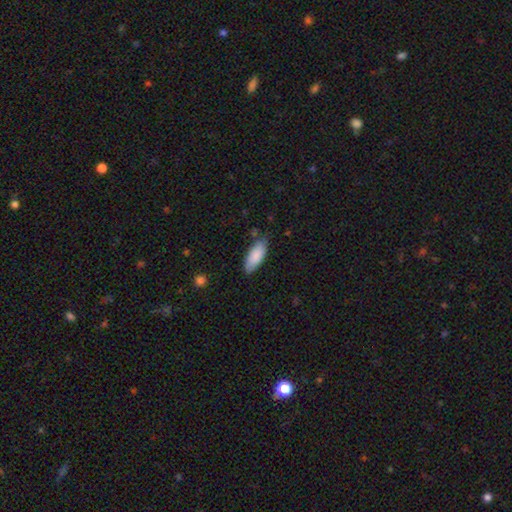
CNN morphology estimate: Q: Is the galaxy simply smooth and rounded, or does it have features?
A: smooth — 87%.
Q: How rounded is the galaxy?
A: in between — 80%.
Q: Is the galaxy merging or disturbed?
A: none — 76%.